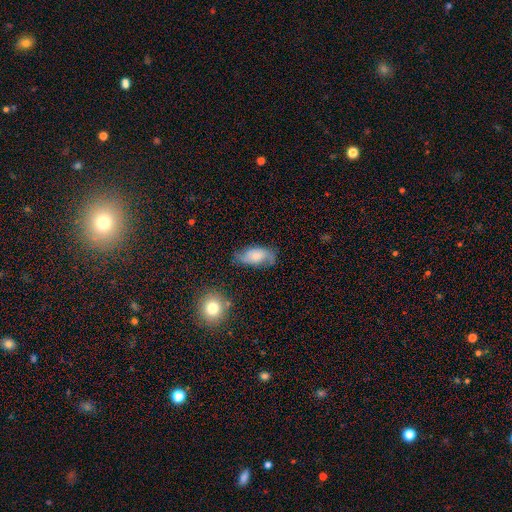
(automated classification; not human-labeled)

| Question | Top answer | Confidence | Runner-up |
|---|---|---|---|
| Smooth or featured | featured or disk | 48% | smooth (45%) |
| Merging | none | 62% | minor disturbance (27%) |